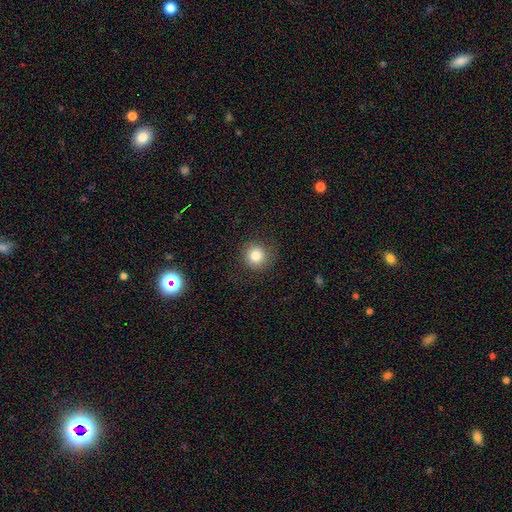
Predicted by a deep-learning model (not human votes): smooth_or_featured: smooth (p=0.83) [alt: star or artifact p=0.10]
how_rounded: round (p=0.91) [alt: in between p=0.08]
merging: none (p=0.85) [alt: minor disturbance p=0.10]